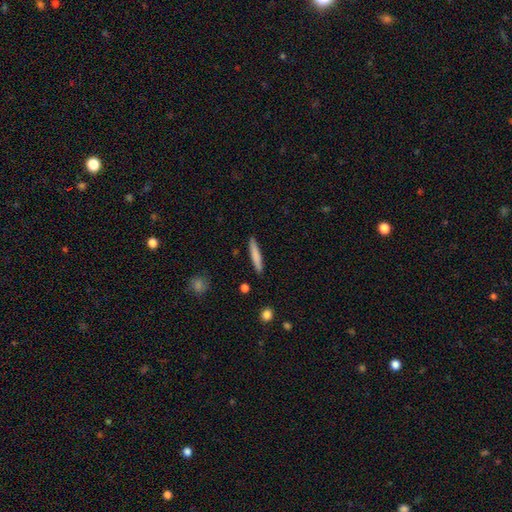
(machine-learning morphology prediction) Smooth or featured? Predicted: smooth (p=0.77). How rounded? Predicted: cigar-shaped (p=0.94). Merging? Predicted: none (p=0.89).